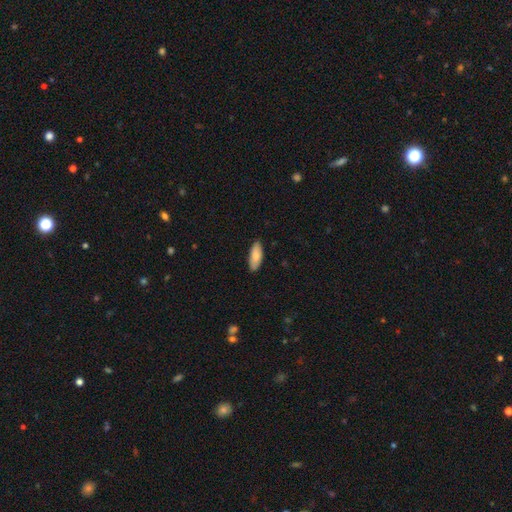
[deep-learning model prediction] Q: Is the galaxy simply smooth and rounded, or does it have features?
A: smooth — 81%.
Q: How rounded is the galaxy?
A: in between — 77%.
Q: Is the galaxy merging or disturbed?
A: none — 88%.